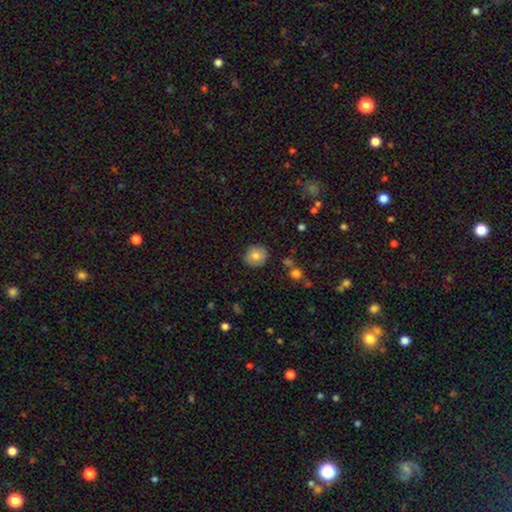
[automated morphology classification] type=smooth (79%); roundness=round (79%); merging=none (85%).